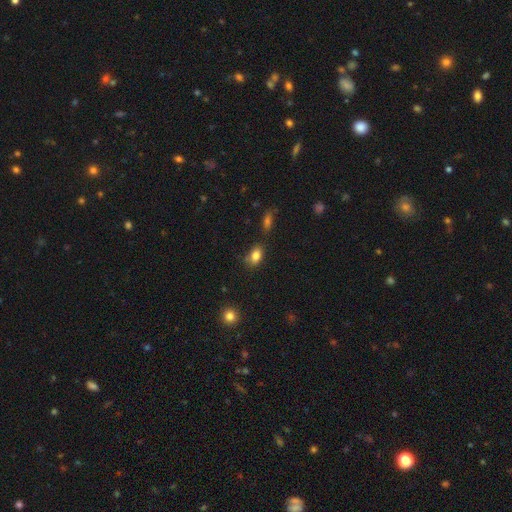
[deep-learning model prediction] Smooth or featured? Predicted: smooth (p=0.83). How rounded? Predicted: in between (p=0.81). Merging? Predicted: none (p=0.66).